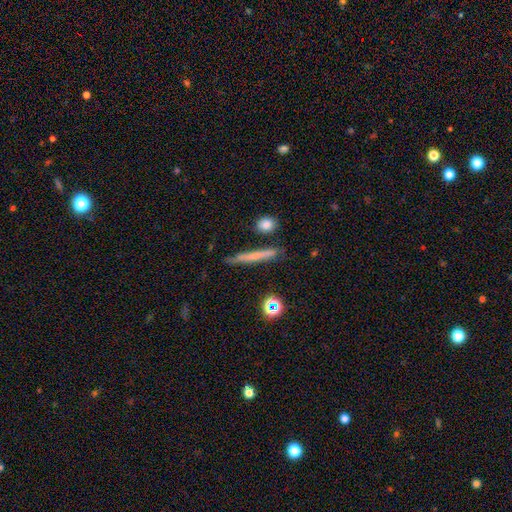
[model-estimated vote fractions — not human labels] Q: Smooth or featured?
A: smooth (57%); runner-up: featured or disk (33%)
Q: How rounded?
A: cigar-shaped (92%); runner-up: round (4%)
Q: Merging?
A: none (82%); runner-up: minor disturbance (12%)